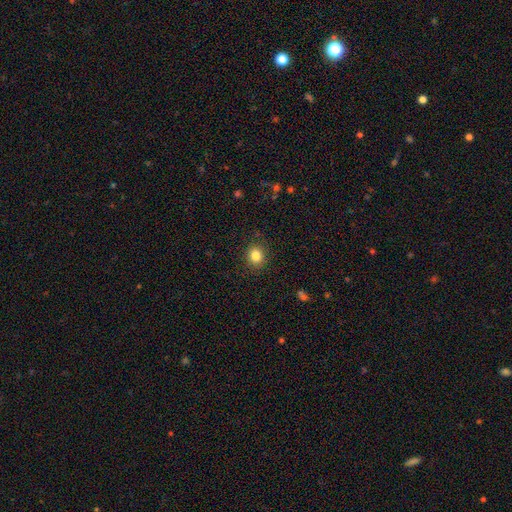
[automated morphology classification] This appears to be a smooth galaxy with no disk features (83%) that is round (75%). Merging: none (89%).